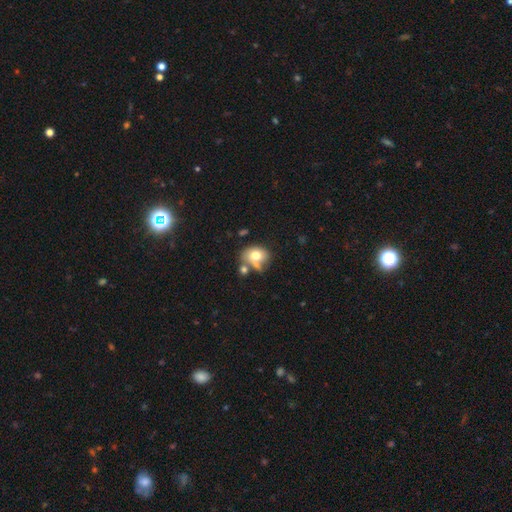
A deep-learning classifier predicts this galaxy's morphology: Smooth or featured? smooth (72%)
How rounded? in between (52%)
Merging? none (42%)